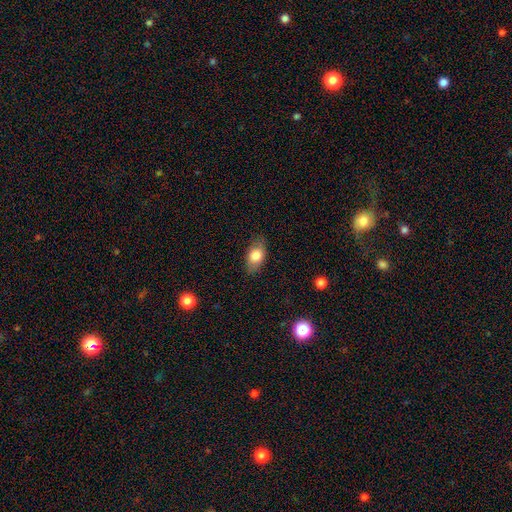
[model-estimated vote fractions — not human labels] Smooth or featured: smooth — 79% (featured or disk — 14%)
How rounded: in between — 89% (round — 8%)
Merging: none — 81% (minor disturbance — 14%)